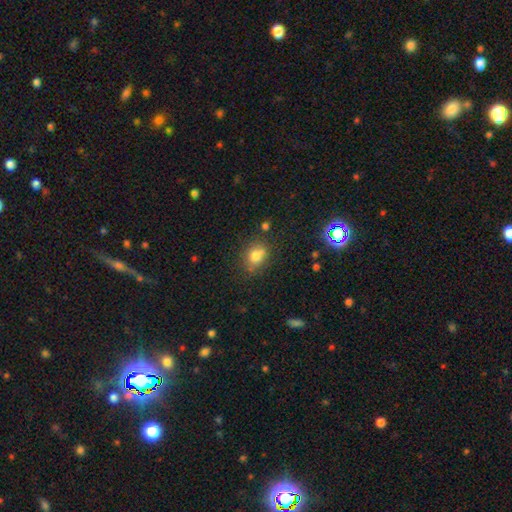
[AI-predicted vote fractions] A smooth galaxy with no disk features (75%) that is round (52%).

Vote fractions:
- Smooth or featured? smooth: 75% / star or artifact: 13% / featured or disk: 12%
- How rounded? round: 52% / in between: 47% / cigar-shaped: 1%
- Merging? none: 64% / minor disturbance: 19% / merger: 11% / major disturbance: 6%